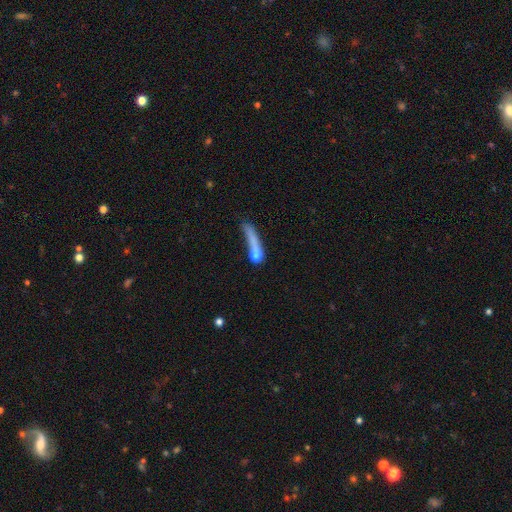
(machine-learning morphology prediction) Smooth or featured: smooth — 63% (featured or disk — 27%)
How rounded: cigar-shaped — 61% (in between — 24%)
Merging: major disturbance — 42% (none — 24%)